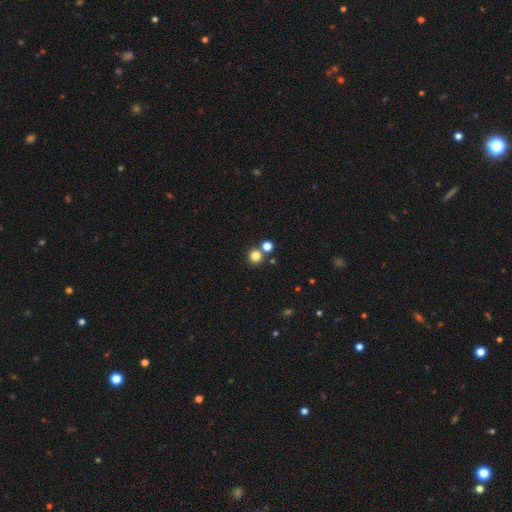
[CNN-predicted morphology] smooth_or_featured: smooth (p=0.81) [alt: star or artifact p=0.14]
how_rounded: round (p=0.93) [alt: in between p=0.06]
merging: none (p=0.71) [alt: merger p=0.20]